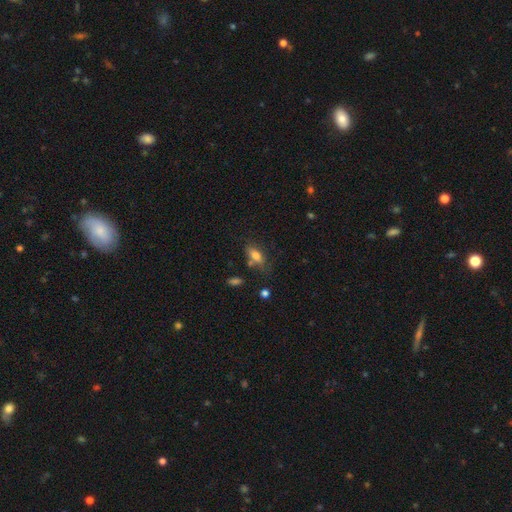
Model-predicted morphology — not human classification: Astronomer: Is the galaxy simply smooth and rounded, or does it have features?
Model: smooth — 75%.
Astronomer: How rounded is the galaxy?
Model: in between — 81%.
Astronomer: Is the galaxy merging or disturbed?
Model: none — 59%.